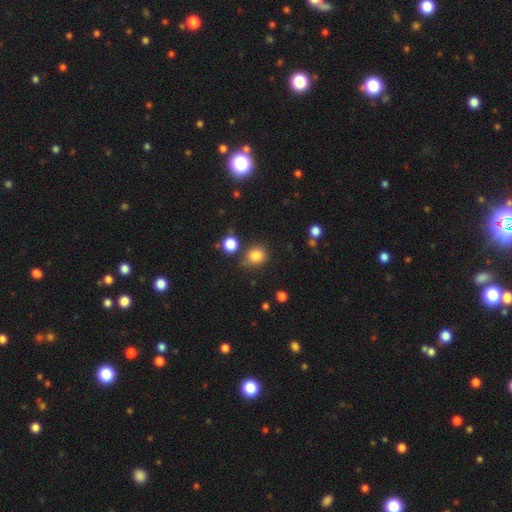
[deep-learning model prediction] The model was most divided on "how rounded": round: 76%, in between: 23%, cigar-shaped: 1%. More confident: smooth or featured — smooth (82%); merging — none (70%).